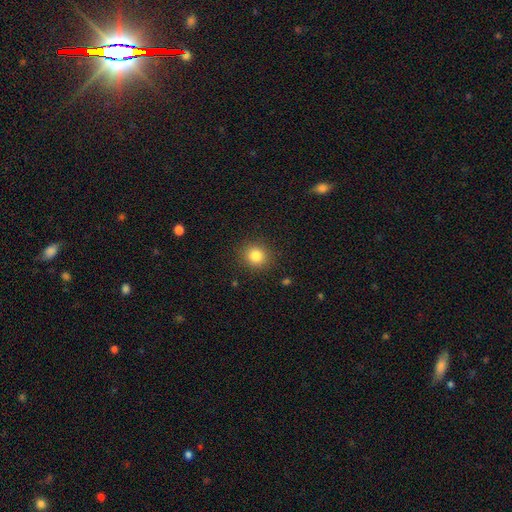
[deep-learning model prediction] A smooth galaxy with no disk features (83%) that is round (87%).

Vote fractions:
- Smooth or featured? smooth: 83% / star or artifact: 11% / featured or disk: 6%
- How rounded? round: 87% / in between: 12% / cigar-shaped: 1%
- Merging? none: 89% / minor disturbance: 7% / major disturbance: 2% / merger: 1%